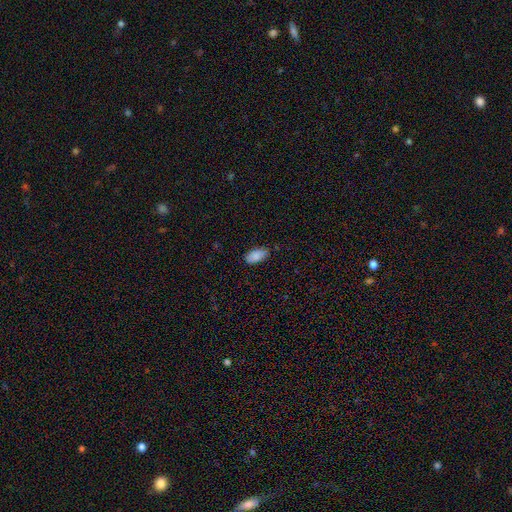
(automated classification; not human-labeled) Q: Smooth or featured?
A: smooth (88%); runner-up: star or artifact (7%)
Q: How rounded?
A: in between (93%); runner-up: cigar-shaped (4%)
Q: Merging?
A: none (79%); runner-up: minor disturbance (17%)